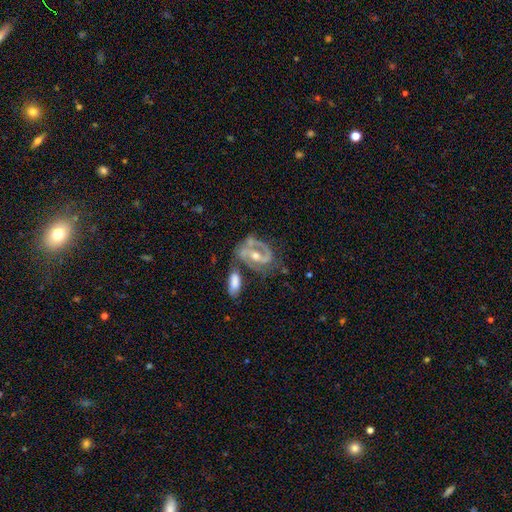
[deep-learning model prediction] A featured or disk galaxy (85%) with a weak bar (37%), 2 (78%) medium (50%) spiral arms (91%) and a moderate central bulge (63%).

Vote fractions:
- Smooth or featured? featured or disk: 85% / smooth: 9% / star or artifact: 6%
- Edge-on disk? no: 96% / yes: 4%
- Bar? weak: 37% / no: 34% / strong: 30%
- Spiral arms? yes: 91% / no: 9%
- Spiral winding? medium: 50% / tight: 31% / loose: 19%
- Spiral arm count? 2: 78% / 1: 10% / can't tell: 7% / 3: 2% / 4: 1% / more than 4: 1%
- Bulge size? moderate: 63% / small: 32% / large: 3% / none: 1% / dominant: 1%
- Merging? none: 48% / merger: 21% / minor disturbance: 19% / major disturbance: 12%